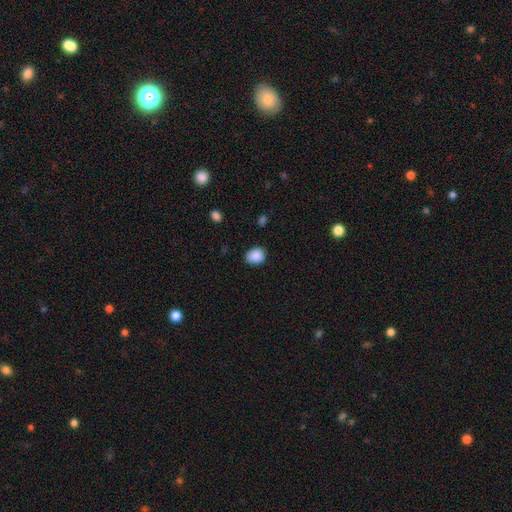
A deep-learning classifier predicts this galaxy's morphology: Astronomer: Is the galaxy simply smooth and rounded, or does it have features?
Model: smooth — 89%.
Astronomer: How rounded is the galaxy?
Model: round — 56% (runner-up: in between, 43%).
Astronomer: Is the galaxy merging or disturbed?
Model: none — 84%.